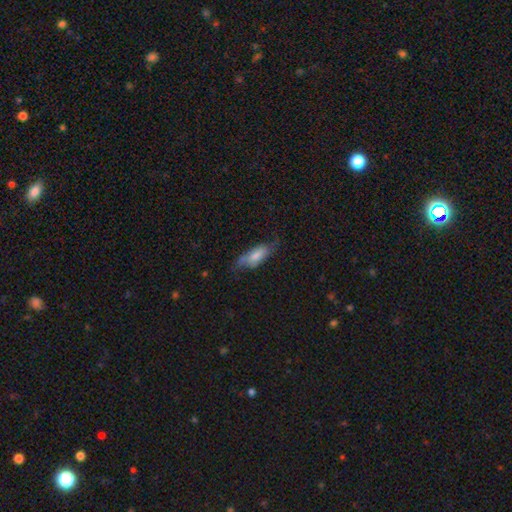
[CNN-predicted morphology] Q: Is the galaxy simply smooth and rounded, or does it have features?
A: smooth — 53%.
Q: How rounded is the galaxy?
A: in between — 76%.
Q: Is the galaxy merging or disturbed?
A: none — 52%.